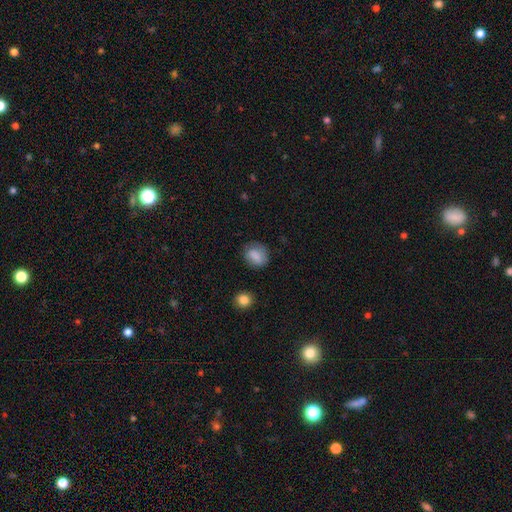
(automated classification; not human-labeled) smooth_or_featured: smooth (p=0.77) [alt: featured or disk p=0.15]
how_rounded: round (p=0.58) [alt: in between p=0.41]
merging: none (p=0.71) [alt: minor disturbance p=0.20]